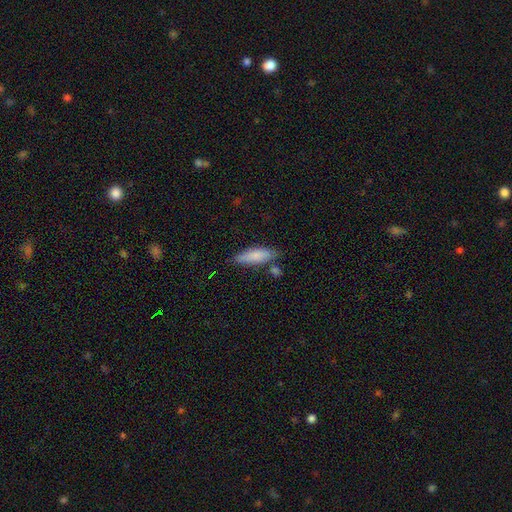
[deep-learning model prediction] The model was most divided on "how rounded": cigar-shaped: 50%, in between: 48%, round: 2%. More confident: smooth or featured — smooth (79%); merging — none (69%).